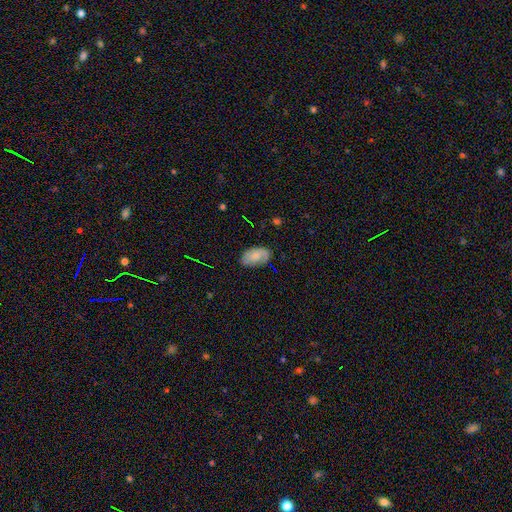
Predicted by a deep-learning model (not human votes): Overall: smooth (59%; featured or disk 33%). How rounded: in between (92%). Merging: none (74%).